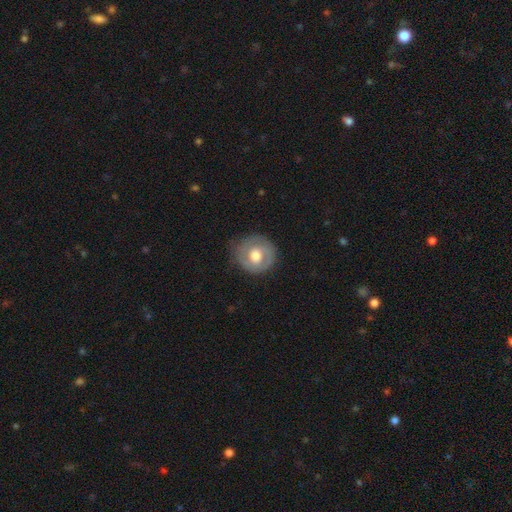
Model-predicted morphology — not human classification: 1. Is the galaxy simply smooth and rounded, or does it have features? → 54% featured or disk, 41% smooth, 6% star or artifact.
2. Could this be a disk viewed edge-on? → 96% no, 4% yes.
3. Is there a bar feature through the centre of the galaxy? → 72% no, 23% weak, 5% strong.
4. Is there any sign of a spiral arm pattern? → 54% yes, 46% no.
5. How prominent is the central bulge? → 64% moderate, 27% large, 6% small, 2% dominant, 1% none.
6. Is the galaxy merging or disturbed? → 74% none, 18% minor disturbance, 7% major disturbance, 1% merger.